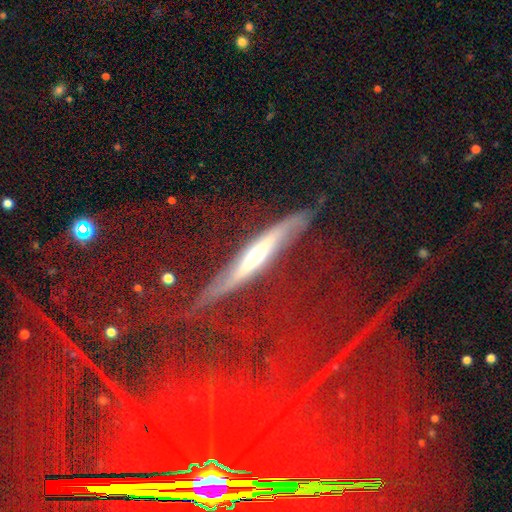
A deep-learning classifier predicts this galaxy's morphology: Smooth or featured?
  - featured or disk: 64% *
  - smooth: 21%
  - star or artifact: 15%
Edge-on disk?
  - yes: 83% *
  - no: 17%
Edge-on bulge?
  - rounded: 60% *
  - none: 28%
  - boxy: 12%
Merging?
  - none: 69% *
  - minor disturbance: 20%
  - major disturbance: 8%
  - merger: 3%